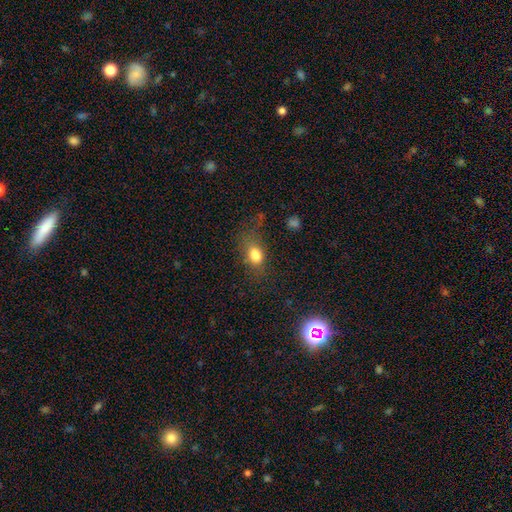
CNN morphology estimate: Q: Smooth or featured?
A: smooth (79%); runner-up: star or artifact (11%)
Q: How rounded?
A: in between (76%); runner-up: round (19%)
Q: Merging?
A: none (54%); runner-up: minor disturbance (23%)